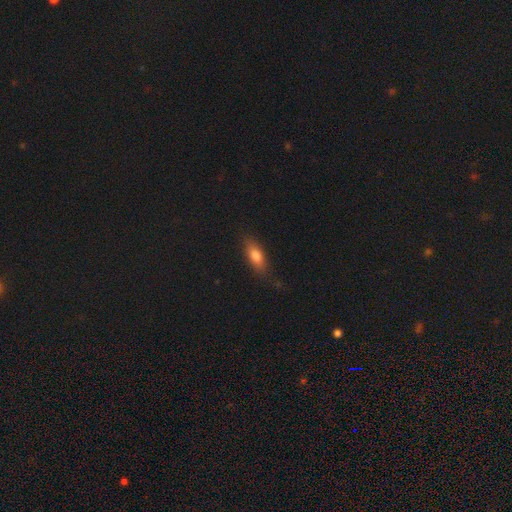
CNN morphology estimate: Overall: smooth (77%). How rounded: in between (75%). Merging: none (77%).